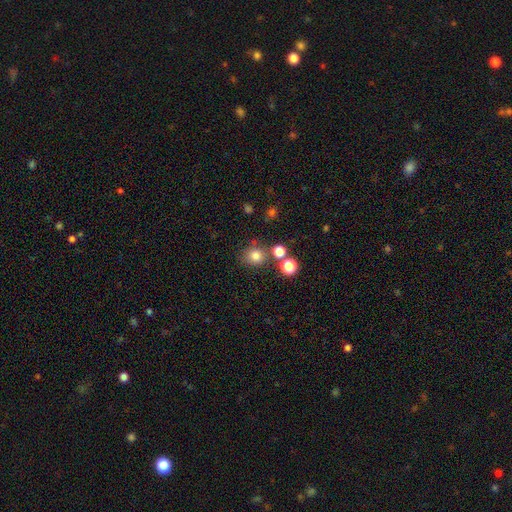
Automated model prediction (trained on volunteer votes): This is likely a smooth galaxy (79%). How rounded: clearly round (86%). Merging: likely none (74%).